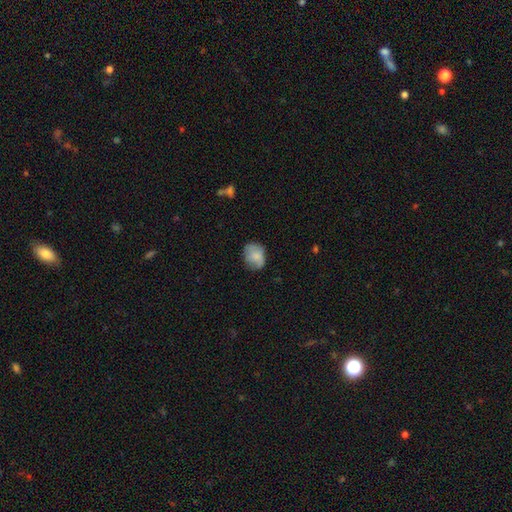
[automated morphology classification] smooth-or-featured: smooth: 74% | featured or disk: 18% | star or artifact: 8%
  how-rounded: in between: 52% | round: 47% | cigar-shaped: 1%
  merging: none: 65% | minor disturbance: 26% | major disturbance: 7% | merger: 1%